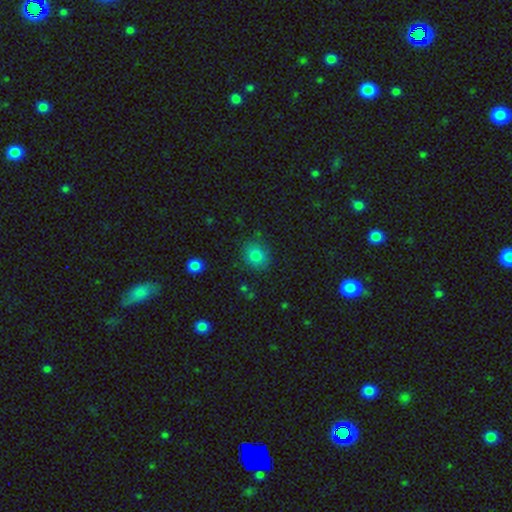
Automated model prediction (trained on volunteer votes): Q: Smooth or featured?
A: smooth (83%); runner-up: star or artifact (10%)
Q: How rounded?
A: round (69%); runner-up: in between (30%)
Q: Merging?
A: none (82%); runner-up: minor disturbance (13%)